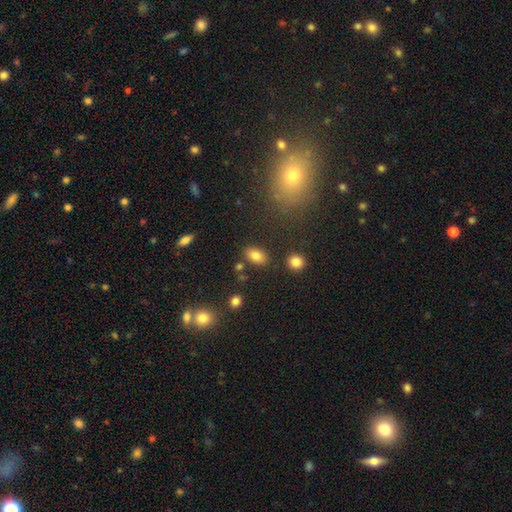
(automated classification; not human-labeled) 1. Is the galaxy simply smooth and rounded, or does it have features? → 82% smooth, 10% star or artifact, 8% featured or disk.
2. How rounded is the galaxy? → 89% in between, 9% round, 2% cigar-shaped.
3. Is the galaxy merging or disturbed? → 81% none, 11% minor disturbance, 6% merger, 3% major disturbance.